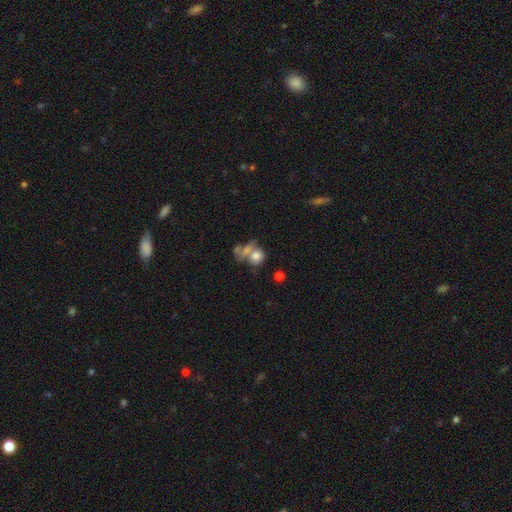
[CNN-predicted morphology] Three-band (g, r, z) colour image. It shows a smooth galaxy with no disk features (72%) that is round (63%). Merging: merger (48%).